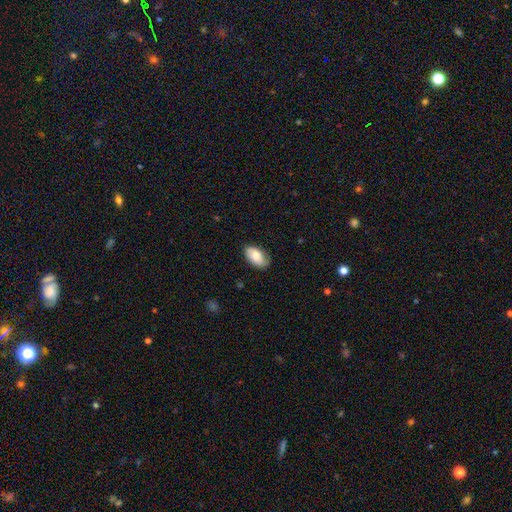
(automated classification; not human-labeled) Smooth or featured? Predicted: smooth (p=0.80). How rounded? Predicted: in between (p=0.95). Merging? Predicted: none (p=0.77).